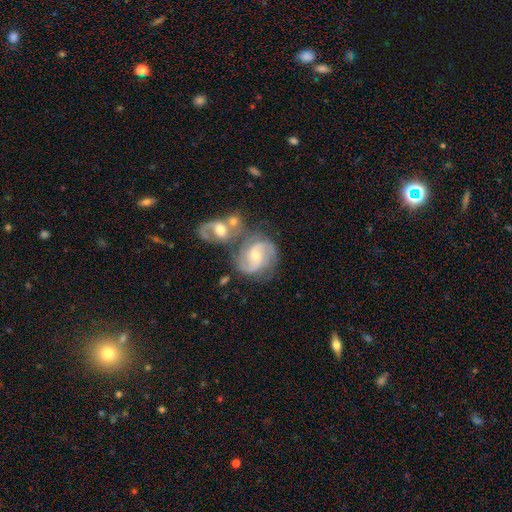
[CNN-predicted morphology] featured or disk 85%, smooth 10%, star or artifact 6%. Down the decision tree: edge-on disk — no (98%); bar — no (46%); spiral arms — yes (97%); spiral arm count — 2 (72%); spiral winding — medium (55%); bulge size — moderate (52%); merging — merger (43%).